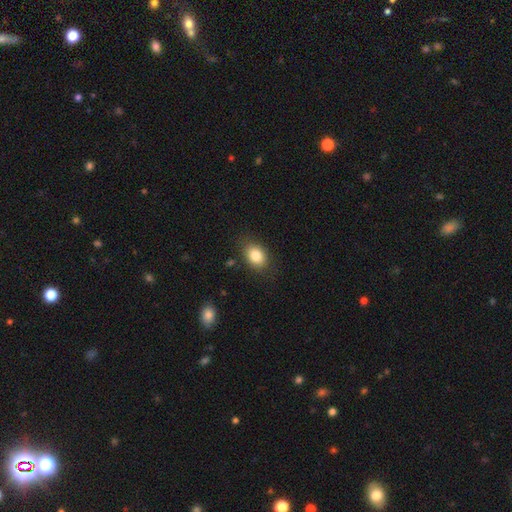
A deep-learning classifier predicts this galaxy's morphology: Q: Smooth or featured?
A: smooth (84%); runner-up: star or artifact (8%)
Q: How rounded?
A: in between (74%); runner-up: round (25%)
Q: Merging?
A: none (81%); runner-up: minor disturbance (13%)